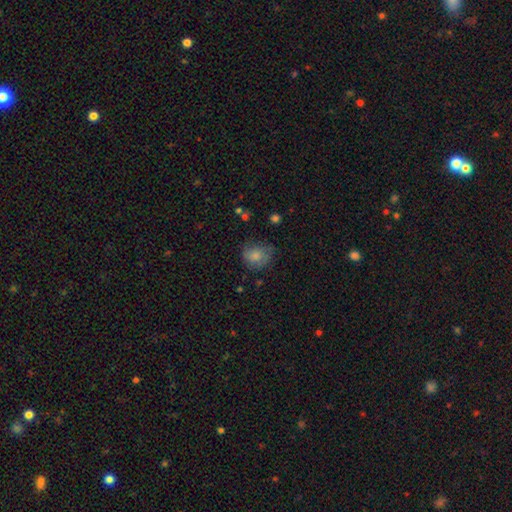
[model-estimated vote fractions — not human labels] Smooth or featured?
  - smooth: 78% *
  - featured or disk: 13%
  - star or artifact: 9%
How rounded?
  - round: 61% *
  - in between: 38%
  - cigar-shaped: 1%
Merging?
  - none: 55% *
  - minor disturbance: 31%
  - major disturbance: 13%
  - merger: 2%